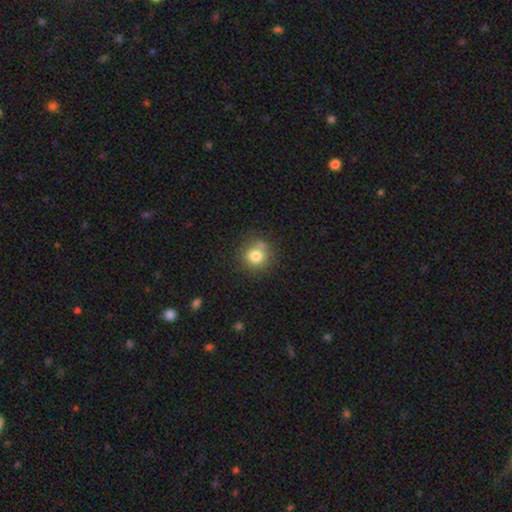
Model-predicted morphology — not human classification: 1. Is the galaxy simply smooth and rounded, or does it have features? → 79% smooth, 12% star or artifact, 9% featured or disk.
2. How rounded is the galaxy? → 89% round, 10% in between, 1% cigar-shaped.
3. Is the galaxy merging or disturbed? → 70% none, 15% minor disturbance, 10% merger, 4% major disturbance.